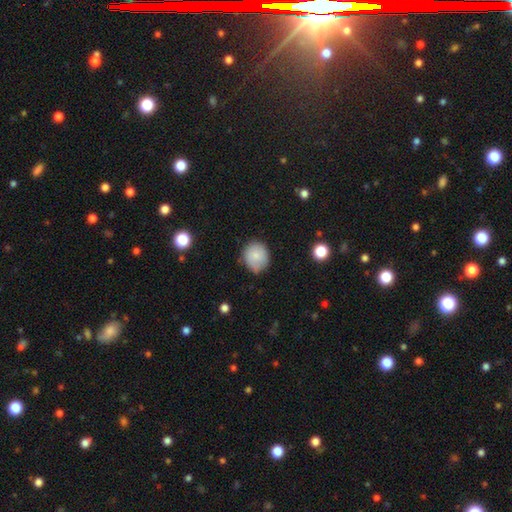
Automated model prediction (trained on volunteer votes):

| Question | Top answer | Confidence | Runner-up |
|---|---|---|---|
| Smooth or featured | smooth | 80% | featured or disk (11%) |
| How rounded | round | 76% | in between (23%) |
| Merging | none | 69% | minor disturbance (25%) |